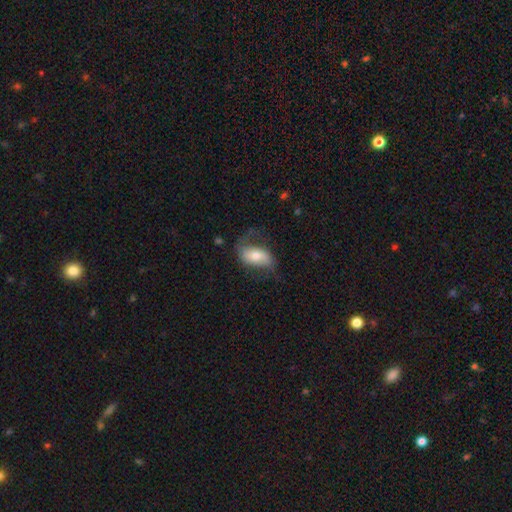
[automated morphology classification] Smooth or featured? featured or disk (52%)
Edge-on disk? no (93%)
Merging? none (56%)